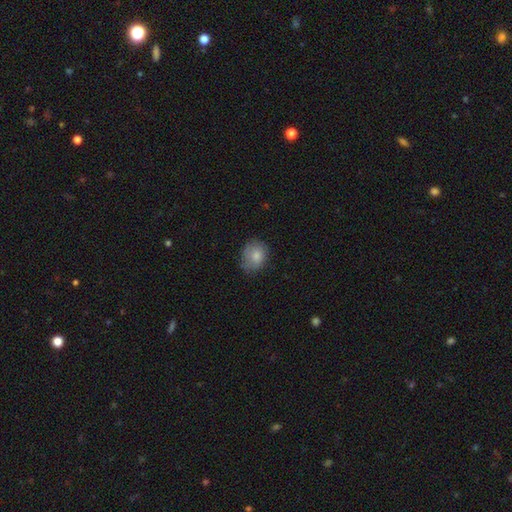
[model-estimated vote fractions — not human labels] Q: Smooth or featured?
A: smooth (80%); runner-up: featured or disk (12%)
Q: How rounded?
A: round (55%); runner-up: in between (44%)
Q: Merging?
A: none (64%); runner-up: minor disturbance (27%)